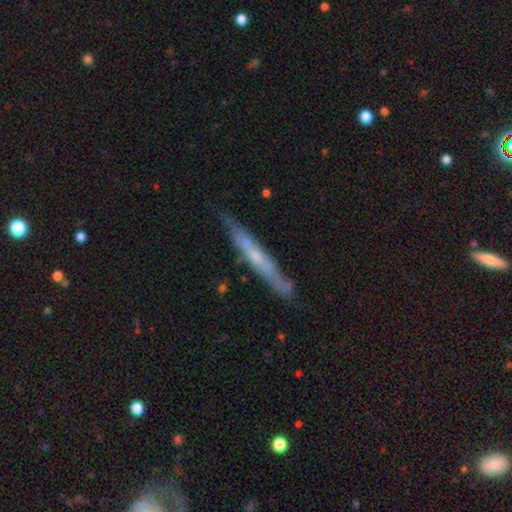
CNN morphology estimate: Smooth or featured: featured or disk — 60% (smooth — 34%)
Edge-on disk: yes — 86% (no — 14%)
Edge-on bulge: none — 60% (rounded — 34%)
Merging: none — 77% (minor disturbance — 17%)